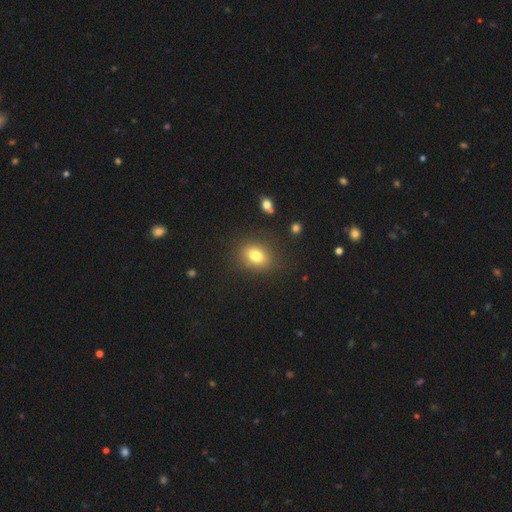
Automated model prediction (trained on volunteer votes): smooth 79%, star or artifact 12%, featured or disk 9%. Down the decision tree: how rounded — in between (54%); merging — none (83%).